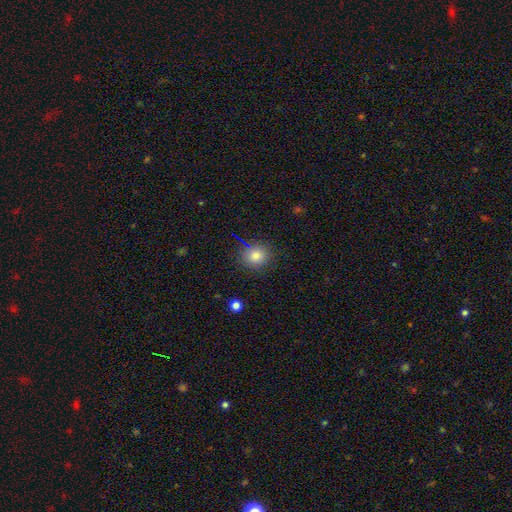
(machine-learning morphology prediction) A smooth galaxy with no disk features (80%) that is round (80%). Merging: none (86%).